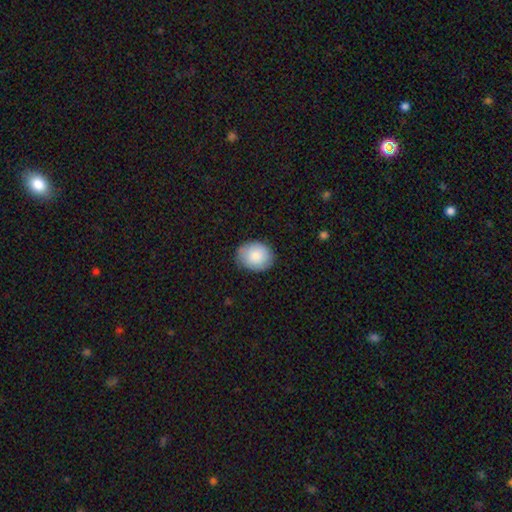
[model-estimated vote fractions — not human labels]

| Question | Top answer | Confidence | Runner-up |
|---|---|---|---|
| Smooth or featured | smooth | 85% | featured or disk (9%) |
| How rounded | round | 50% | in between (49%) |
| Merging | none | 83% | minor disturbance (13%) |